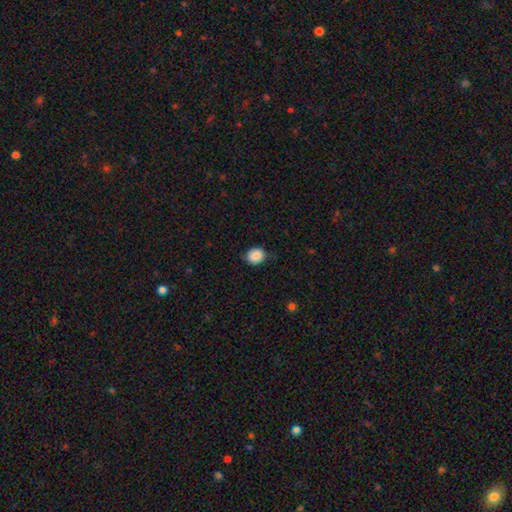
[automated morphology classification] Q: Smooth or featured?
A: smooth (87%); runner-up: star or artifact (8%)
Q: How rounded?
A: round (72%); runner-up: in between (27%)
Q: Merging?
A: none (80%); runner-up: minor disturbance (16%)